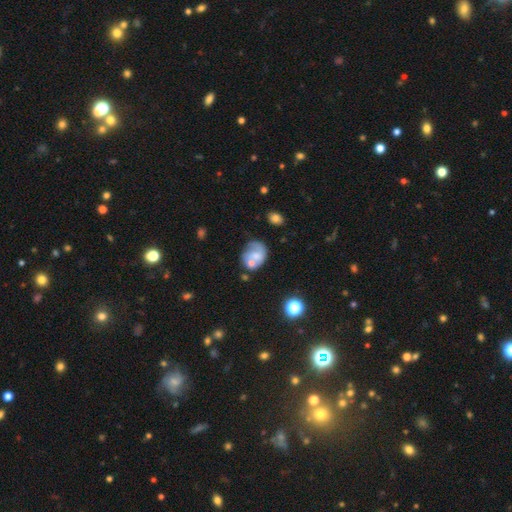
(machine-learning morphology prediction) type=smooth (49%); merging=none (34%).